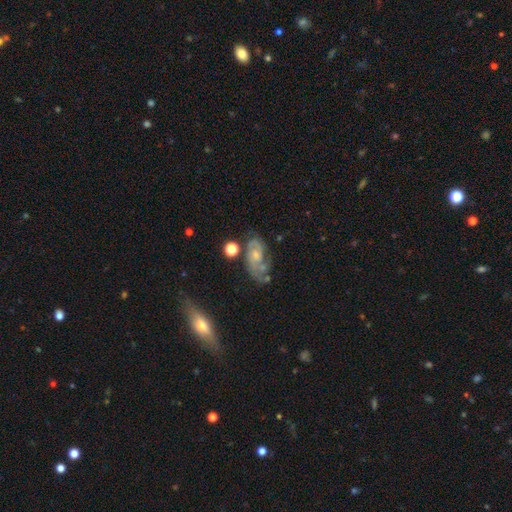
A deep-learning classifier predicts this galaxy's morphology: Smooth or featured? featured or disk (74%)
Edge-on disk? no (95%)
Bar? no (72%)
Spiral arms? yes (90%)
Spiral winding? medium (42%)
Spiral arm count? 2 (60%)
Bulge size? small (56%)
Merging? none (51%)